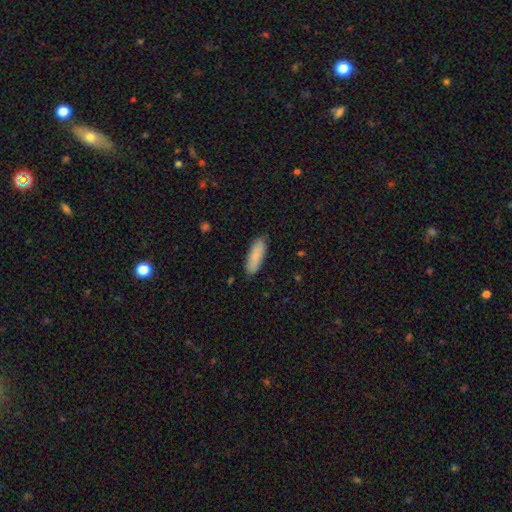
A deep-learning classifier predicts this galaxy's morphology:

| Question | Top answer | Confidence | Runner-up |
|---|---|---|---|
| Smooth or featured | smooth | 87% | featured or disk (7%) |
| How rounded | in between | 57% | cigar-shaped (42%) |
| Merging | none | 87% | minor disturbance (10%) |